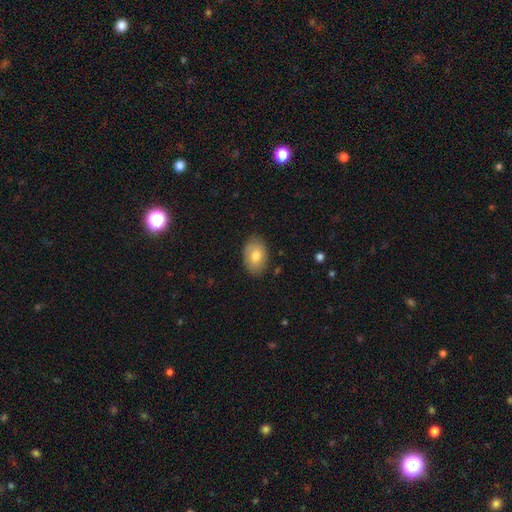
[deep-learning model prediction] Q: Smooth or featured?
A: smooth (78%); runner-up: featured or disk (16%)
Q: How rounded?
A: in between (86%); runner-up: round (13%)
Q: Merging?
A: none (83%); runner-up: minor disturbance (13%)